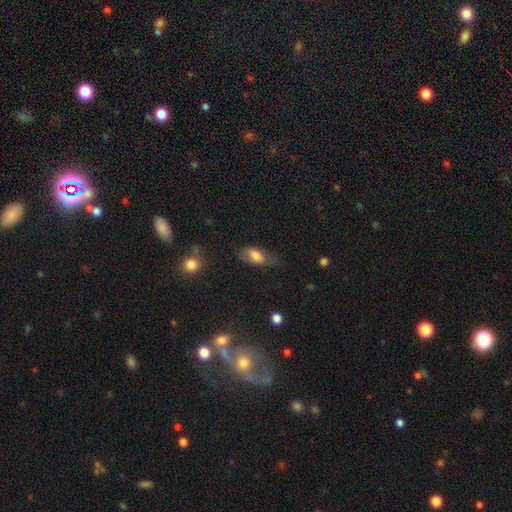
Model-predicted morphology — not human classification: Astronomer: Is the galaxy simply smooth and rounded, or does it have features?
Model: smooth — 67%.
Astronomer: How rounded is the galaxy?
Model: in between — 82%.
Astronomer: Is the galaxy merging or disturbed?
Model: none — 53% (runner-up: minor disturbance, 29%).